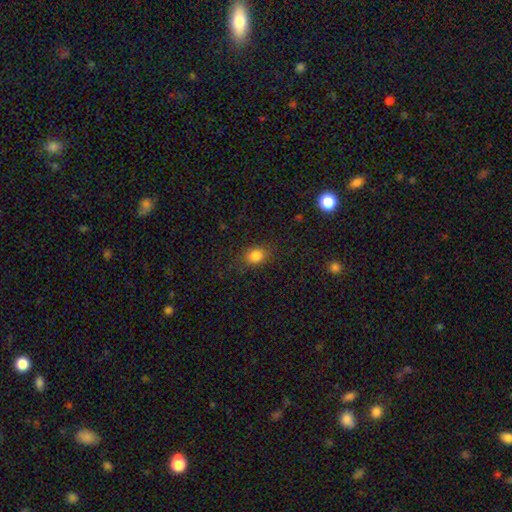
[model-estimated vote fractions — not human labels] Q: Smooth or featured?
A: smooth (82%); runner-up: star or artifact (12%)
Q: How rounded?
A: in between (54%); runner-up: round (45%)
Q: Merging?
A: none (80%); runner-up: minor disturbance (14%)